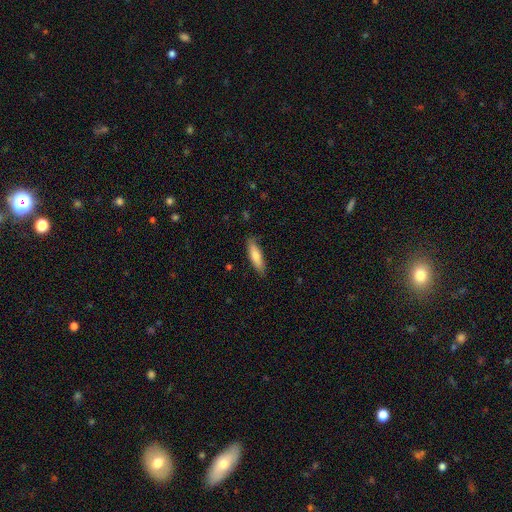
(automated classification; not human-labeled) Smooth or featured: smooth — 77% (featured or disk — 18%)
How rounded: cigar-shaped — 66% (in between — 32%)
Merging: none — 85% (minor disturbance — 11%)